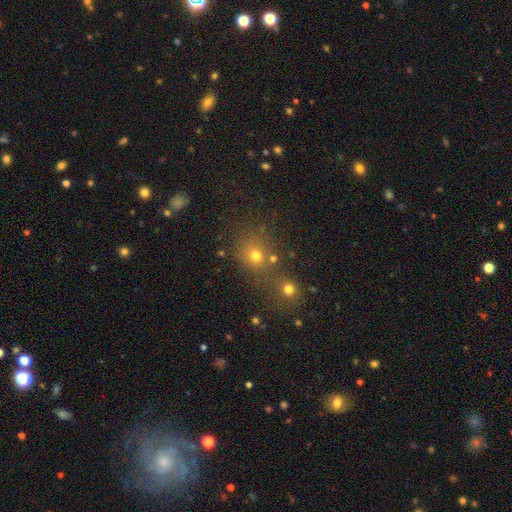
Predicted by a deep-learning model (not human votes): smooth_or_featured: smooth (p=0.69) [alt: star or artifact p=0.21]
how_rounded: round (p=0.80) [alt: in between p=0.19]
merging: none (p=0.52) [alt: merger p=0.33]